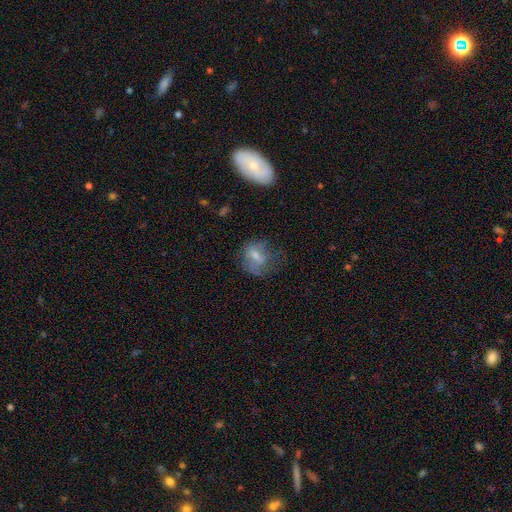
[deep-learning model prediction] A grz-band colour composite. It shows a smooth galaxy with no disk features (47%). Merging: none (53%).